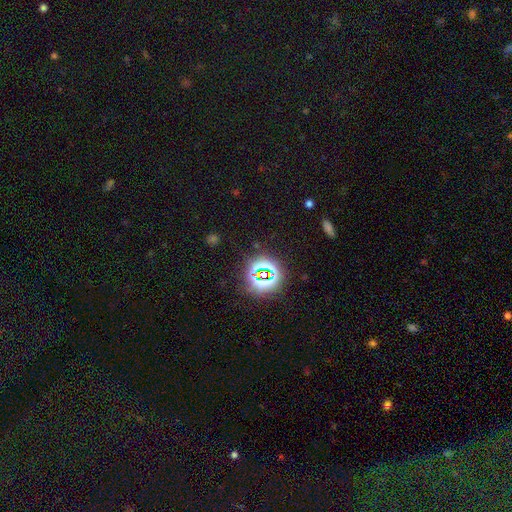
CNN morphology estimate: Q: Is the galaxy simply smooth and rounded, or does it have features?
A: star or artifact — 74%.